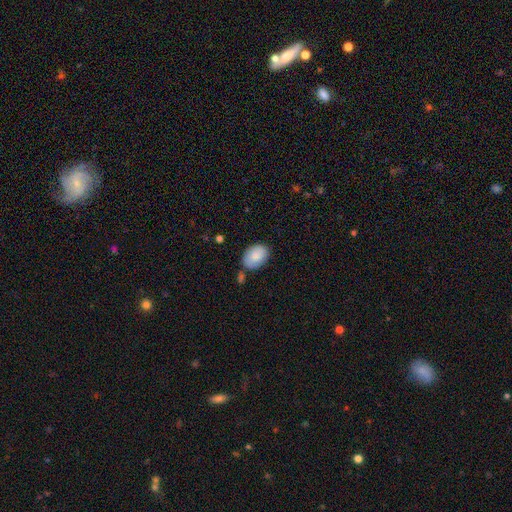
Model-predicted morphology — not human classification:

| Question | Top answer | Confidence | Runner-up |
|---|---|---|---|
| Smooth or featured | smooth | 87% | featured or disk (7%) |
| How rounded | in between | 86% | round (13%) |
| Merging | none | 71% | minor disturbance (19%) |